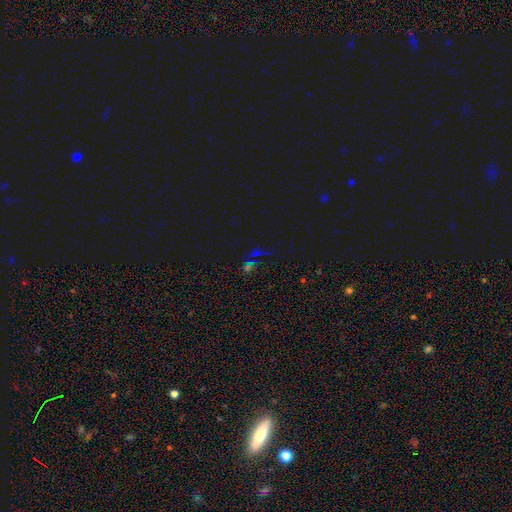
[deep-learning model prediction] star or artifact 67%, smooth 23%, featured or disk 10%.